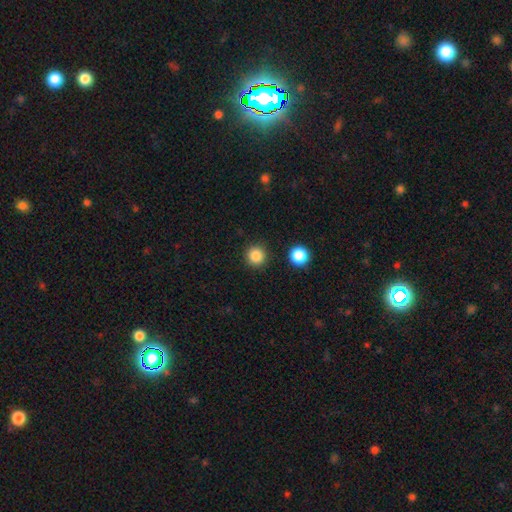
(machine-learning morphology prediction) Smooth or featured? smooth (86%)
How rounded? round (95%)
Merging? none (91%)